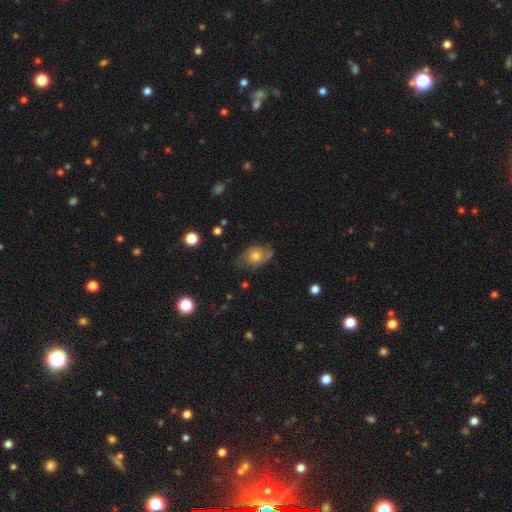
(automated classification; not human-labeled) smooth-or-featured: smooth: 50% | featured or disk: 39% | star or artifact: 10%
  how-rounded: in between: 72% | round: 26% | cigar-shaped: 2%
  merging: none: 61% | minor disturbance: 27% | major disturbance: 10% | merger: 2%